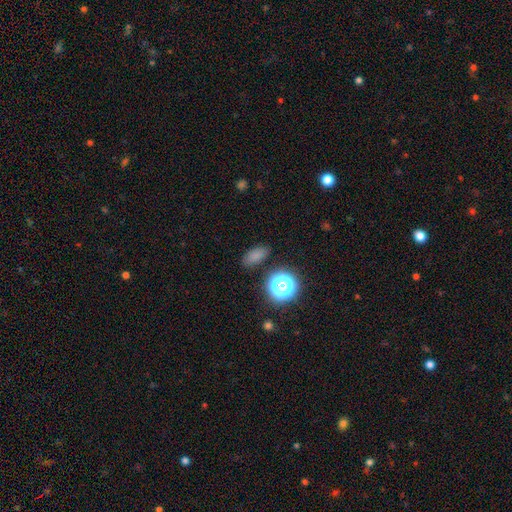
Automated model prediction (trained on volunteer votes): A smooth galaxy with no disk features (75%) that is in between round and cigar-shaped (80%).

Vote fractions:
- Smooth or featured? smooth: 75% / star or artifact: 18% / featured or disk: 7%
- How rounded? in between: 80% / round: 14% / cigar-shaped: 6%
- Merging? none: 80% / minor disturbance: 13% / major disturbance: 4% / merger: 3%